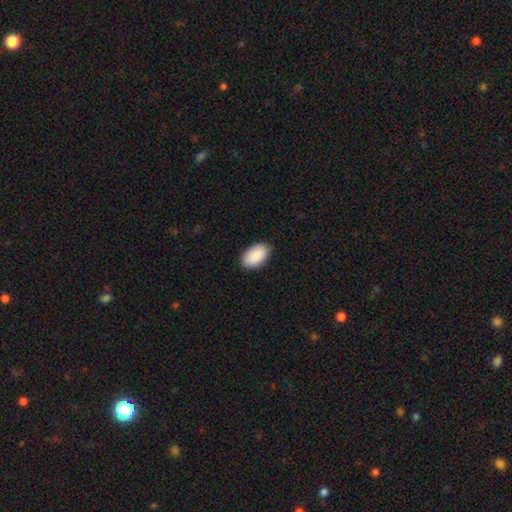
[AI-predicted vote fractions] smooth_or_featured: smooth (p=0.91) [alt: star or artifact p=0.06]
how_rounded: in between (p=0.95) [alt: round p=0.04]
merging: none (p=0.87) [alt: minor disturbance p=0.10]